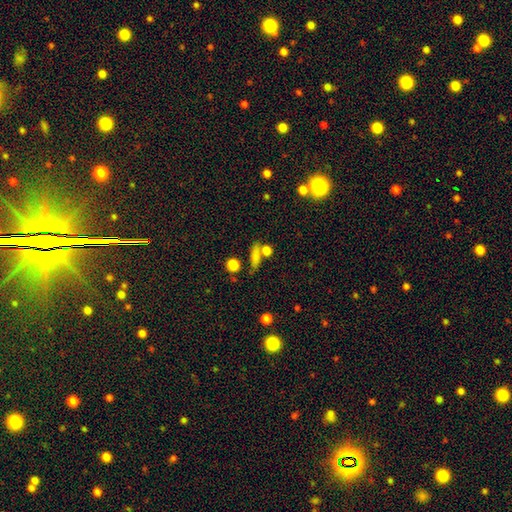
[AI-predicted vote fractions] Overall: smooth (74%). How rounded: in between (38%, tied with cigar-shaped). Merging: none (60%).